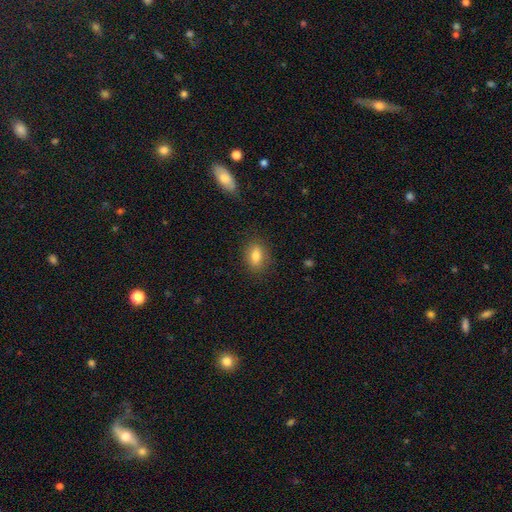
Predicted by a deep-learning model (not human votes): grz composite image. It shows a smooth galaxy with no disk features (81%) that is in between round and cigar-shaped (79%). Merging: none (84%).